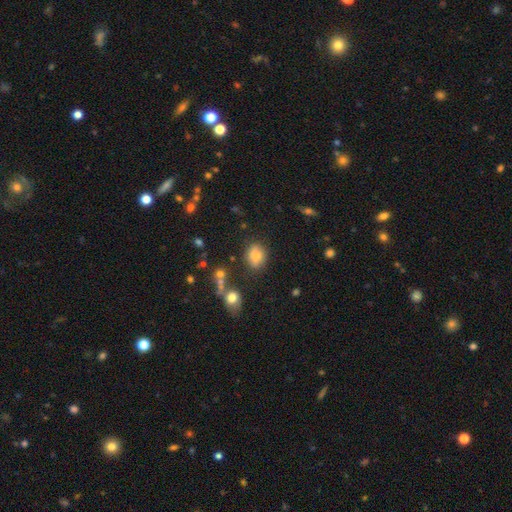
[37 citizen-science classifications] A smooth galaxy with no disk features (76%) that is in between round and cigar-shaped (61%). Merging: none (82%).